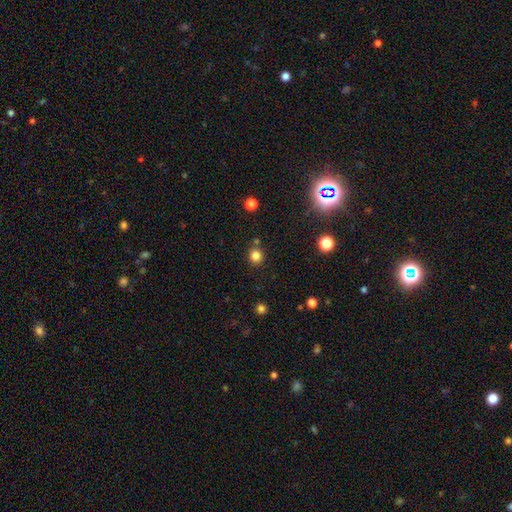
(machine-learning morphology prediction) smooth 81%, star or artifact 15%, featured or disk 4%. Down the decision tree: how rounded — round (88%); merging — none (81%).